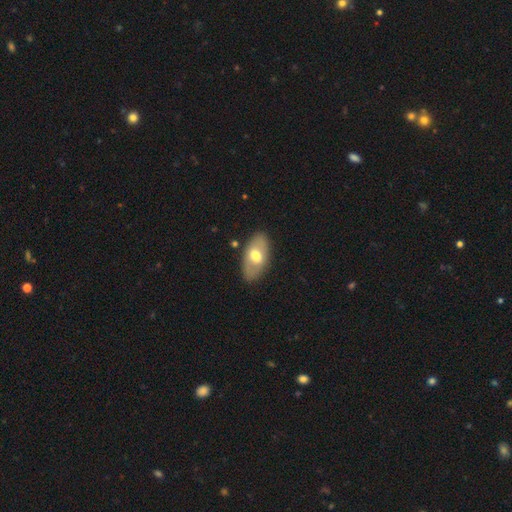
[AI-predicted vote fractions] smooth 57%, featured or disk 37%, star or artifact 6%. Down the decision tree: how rounded — in between (93%); merging — none (83%).